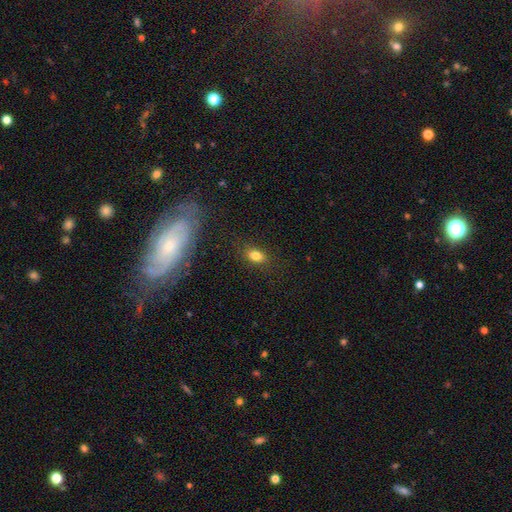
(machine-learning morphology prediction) The model was most divided on "how rounded": in between: 80%, round: 15%, cigar-shaped: 5%. More confident: merging — none (85%); smooth or featured — smooth (80%).